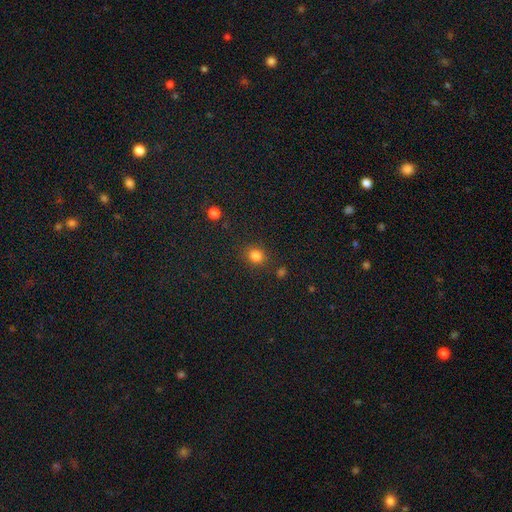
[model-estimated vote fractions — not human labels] smooth 83%, star or artifact 13%, featured or disk 4%. Down the decision tree: how rounded — round (75%); merging — none (84%).